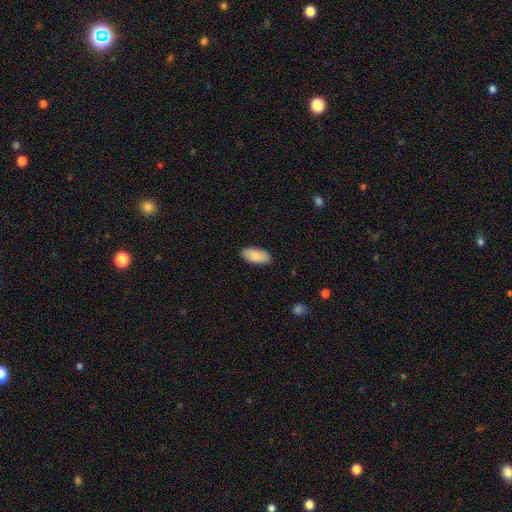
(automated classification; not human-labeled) Smooth or featured? smooth (88%)
How rounded? in between (93%)
Merging? none (88%)